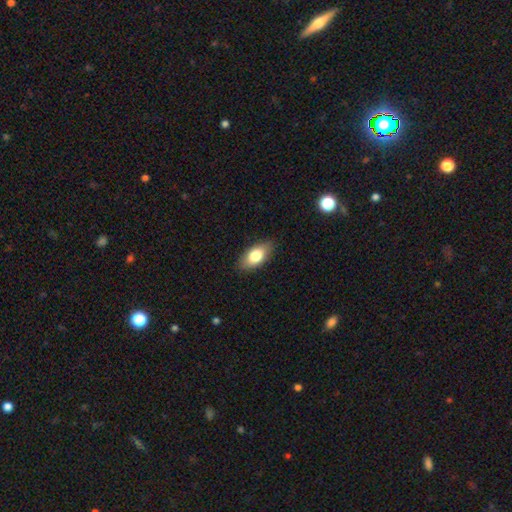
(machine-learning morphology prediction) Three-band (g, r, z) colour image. It shows a smooth galaxy with no disk features (78%) that is in between round and cigar-shaped (90%). Merging: none (86%).